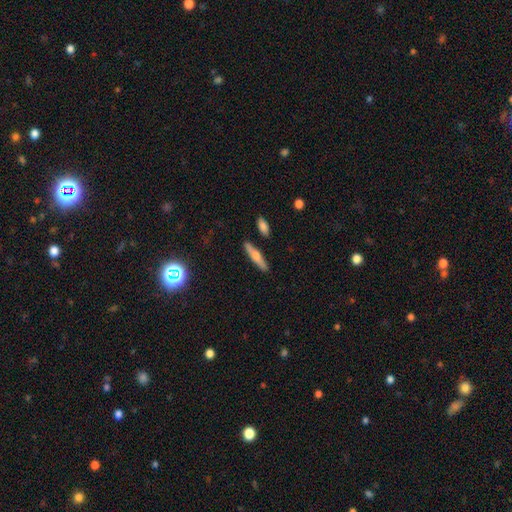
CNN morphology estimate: This is possibly a smooth galaxy (54%). How rounded: clearly cigar-shaped (83%). Merging: clearly none (85%).